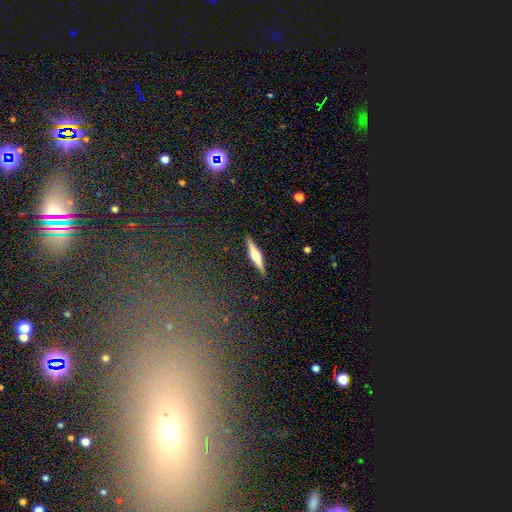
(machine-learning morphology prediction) type=featured or disk (61%); edge-on=yes (97%); edge-on bulge=rounded (84%); merging=none (90%).